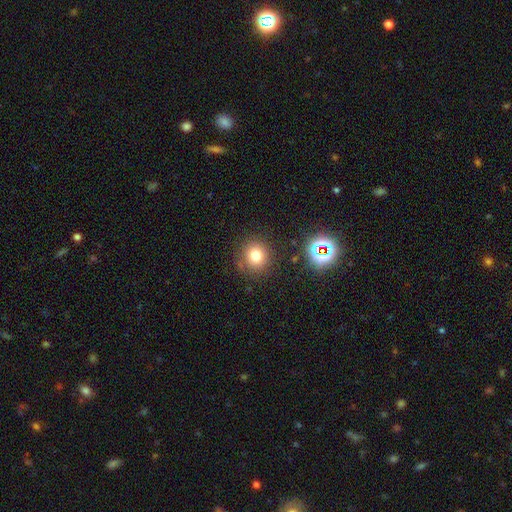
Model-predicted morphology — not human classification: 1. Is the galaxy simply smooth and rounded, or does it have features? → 76% smooth, 16% star or artifact, 8% featured or disk.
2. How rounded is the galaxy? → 88% round, 11% in between, 1% cigar-shaped.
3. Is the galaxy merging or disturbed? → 83% none, 10% minor disturbance, 4% merger, 4% major disturbance.